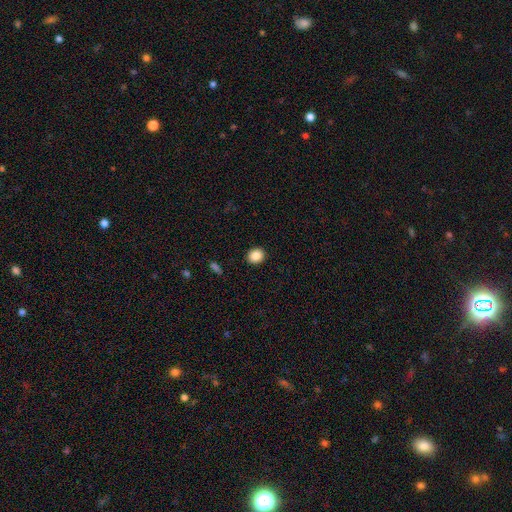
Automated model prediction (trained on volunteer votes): Q: Smooth or featured?
A: smooth (87%); runner-up: star or artifact (9%)
Q: How rounded?
A: round (71%); runner-up: in between (28%)
Q: Merging?
A: none (91%); runner-up: minor disturbance (6%)